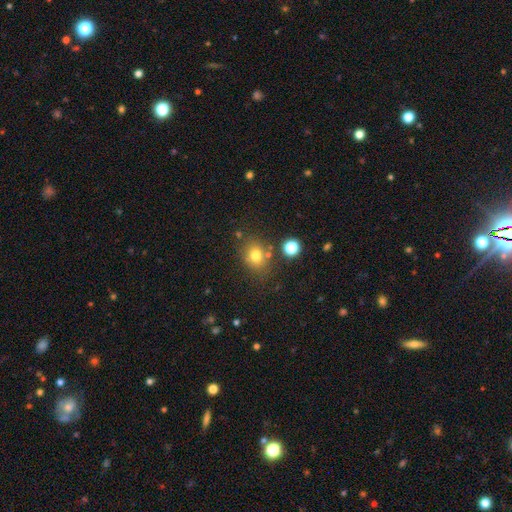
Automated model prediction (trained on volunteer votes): smooth_or_featured: smooth (p=0.75) [alt: star or artifact p=0.15]
how_rounded: round (p=0.57) [alt: in between p=0.42]
merging: none (p=0.72) [alt: minor disturbance p=0.13]